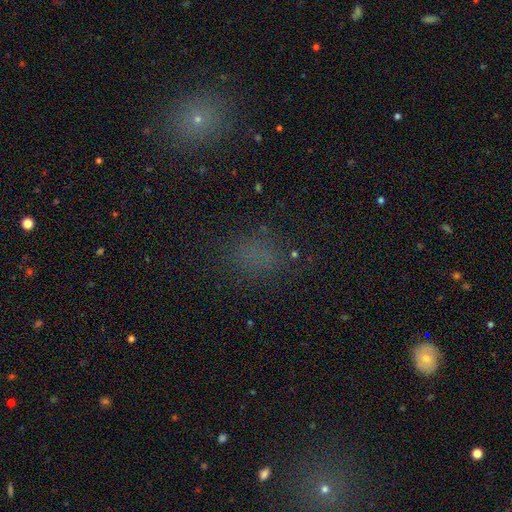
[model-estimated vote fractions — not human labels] A smooth galaxy with no disk features (61%) that is in between round and cigar-shaped (64%). Merging: none (75%).